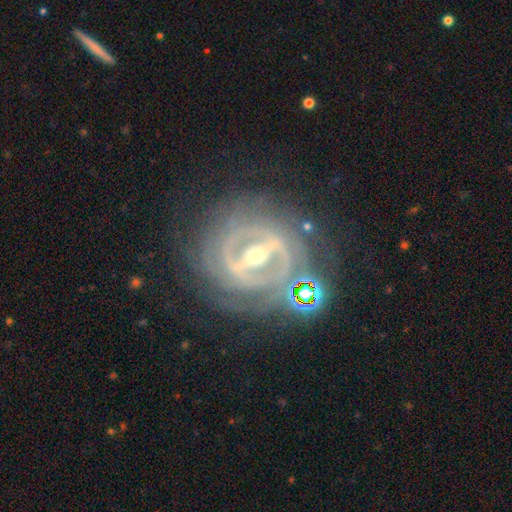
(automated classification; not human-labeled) A featured or disk galaxy (89%) with a strong bar (77%), tight (75%) spiral arms (85%) and a moderate central bulge (56%).

Vote fractions:
- Smooth or featured? featured or disk: 89% / star or artifact: 6% / smooth: 5%
- Edge-on disk? no: 92% / yes: 8%
- Bar? strong: 77% / weak: 17% / no: 6%
- Spiral arms? yes: 85% / no: 15%
- Spiral winding? tight: 75% / medium: 20% / loose: 6%
- Spiral arm count? can't tell: 31% / 2: 26% / 3: 15% / 4: 13% / more than 4: 8% / 1: 6%
- Bulge size? moderate: 56% / small: 39% / large: 3% / dominant: 1% / none: 1%
- Merging? none: 71% / minor disturbance: 14% / major disturbance: 10% / merger: 5%